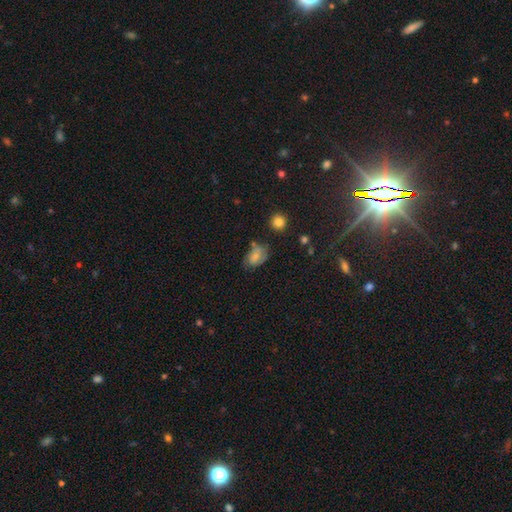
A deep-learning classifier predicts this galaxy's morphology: A smooth galaxy with no disk features (66%) that is in between round and cigar-shaped (80%).

Vote fractions:
- Smooth or featured? smooth: 66% / featured or disk: 23% / star or artifact: 10%
- How rounded? in between: 80% / round: 19% / cigar-shaped: 1%
- Merging? none: 51% / minor disturbance: 30% / major disturbance: 12% / merger: 7%